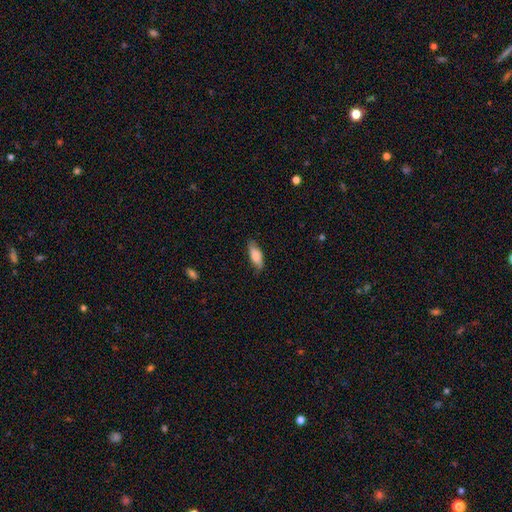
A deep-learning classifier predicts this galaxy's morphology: type=smooth (80%); roundness=in between (72%); merging=none (79%).